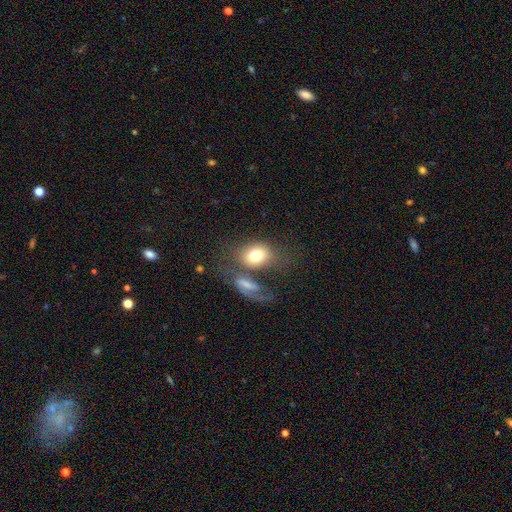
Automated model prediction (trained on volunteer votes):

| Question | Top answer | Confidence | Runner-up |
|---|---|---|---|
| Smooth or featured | smooth | 72% | featured or disk (20%) |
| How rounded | in between | 66% | round (32%) |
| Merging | none | 39% | merger (32%) |